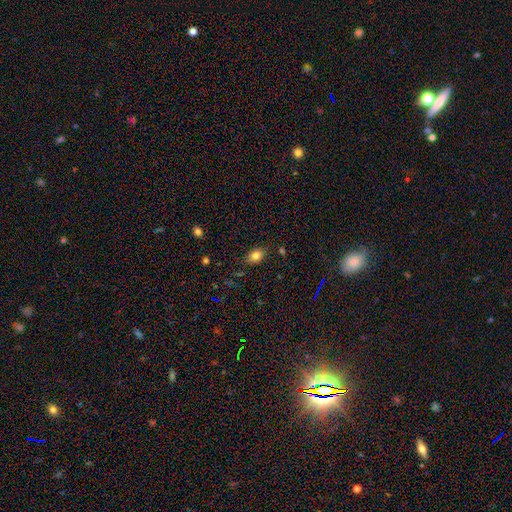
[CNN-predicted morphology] type=smooth (81%); roundness=in between (81%); merging=none (81%).